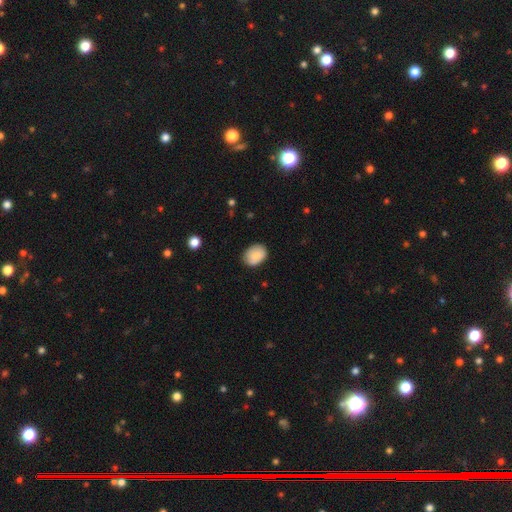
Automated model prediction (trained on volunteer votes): A smooth galaxy with no disk features (85%) that is in between round and cigar-shaped (70%). Merging: none (79%).